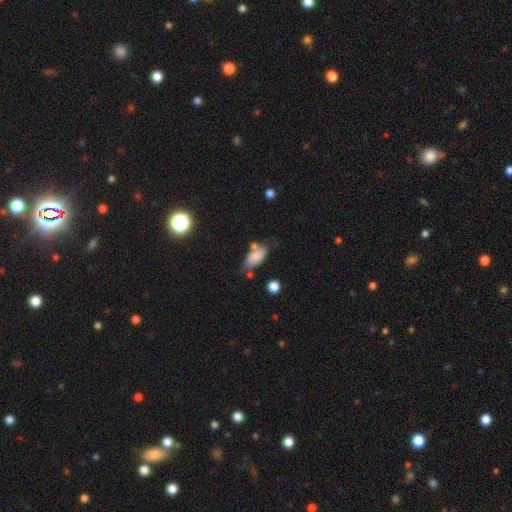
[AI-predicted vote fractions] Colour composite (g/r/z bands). It shows a smooth galaxy with no disk features (80%) that is in between round and cigar-shaped (88%). Merging: none (53%).